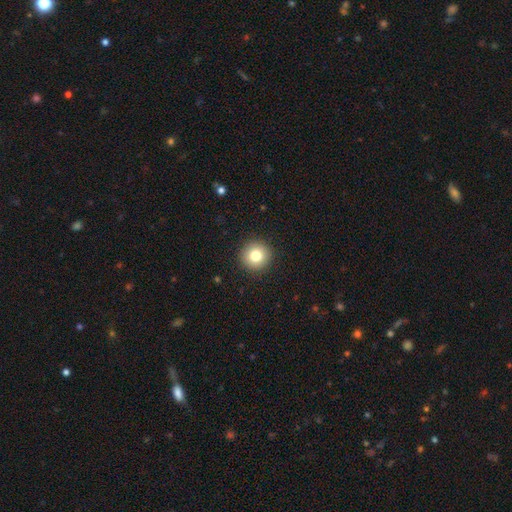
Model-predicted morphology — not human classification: This is likely a smooth galaxy (80%). How rounded: clearly round (95%). Merging: clearly none (92%).